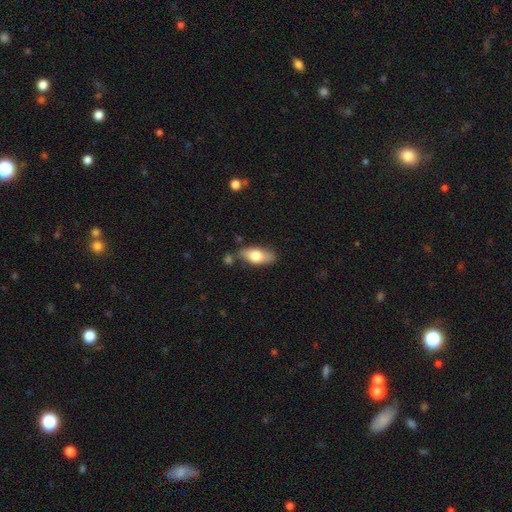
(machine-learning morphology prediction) Smooth or featured?
  - smooth: 69% *
  - featured or disk: 25%
  - star or artifact: 6%
How rounded?
  - in between: 81% *
  - cigar-shaped: 16%
  - round: 4%
Merging?
  - none: 74% *
  - minor disturbance: 16%
  - merger: 6%
  - major disturbance: 4%